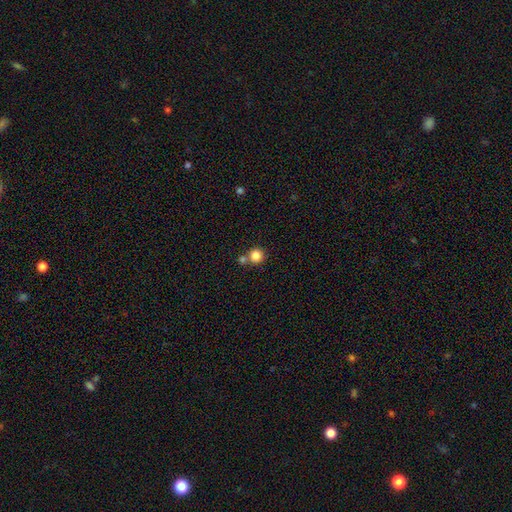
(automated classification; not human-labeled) Smooth or featured?
  - smooth: 83% *
  - star or artifact: 11%
  - featured or disk: 6%
How rounded?
  - round: 93% *
  - in between: 6%
  - cigar-shaped: 1%
Merging?
  - none: 65% *
  - merger: 25%
  - minor disturbance: 8%
  - major disturbance: 3%